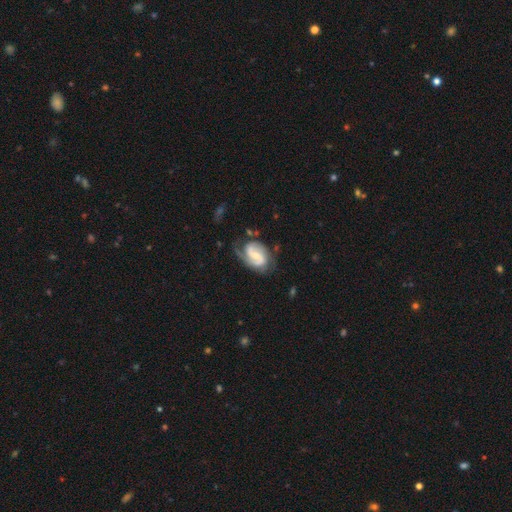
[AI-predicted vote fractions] Q: Smooth or featured?
A: featured or disk (83%); runner-up: smooth (12%)
Q: Edge-on disk?
A: no (97%); runner-up: yes (3%)
Q: Bar?
A: weak (48%); runner-up: no (30%)
Q: Spiral arms?
A: yes (95%); runner-up: no (5%)
Q: Spiral winding?
A: medium (46%); runner-up: tight (30%)
Q: Spiral arm count?
A: 2 (80%); runner-up: can't tell (8%)
Q: Bulge size?
A: small (55%); runner-up: moderate (38%)
Q: Merging?
A: none (60%); runner-up: minor disturbance (24%)